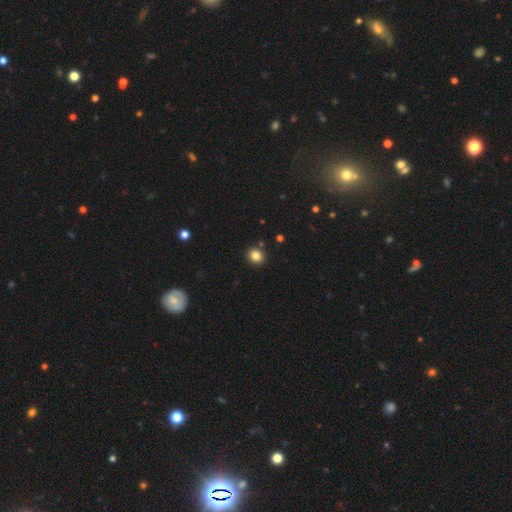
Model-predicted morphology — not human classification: Smooth or featured? smooth (84%)
How rounded? round (78%)
Merging? none (87%)